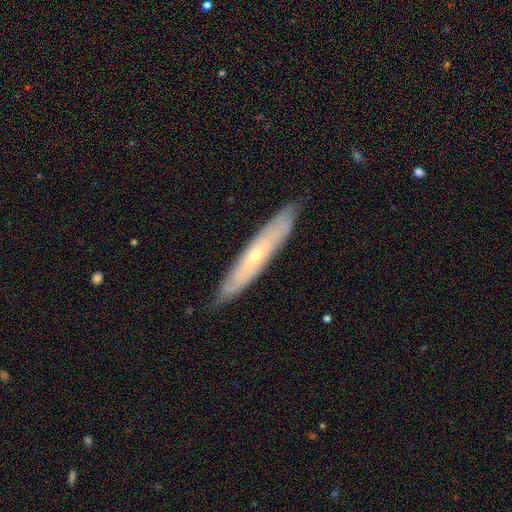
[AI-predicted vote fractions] smooth-or-featured: featured or disk: 62% | smooth: 32% | star or artifact: 6%
  disk-edge-on: yes: 68% | no: 32%
  merging: none: 86% | minor disturbance: 11% | major disturbance: 2% | merger: 1%